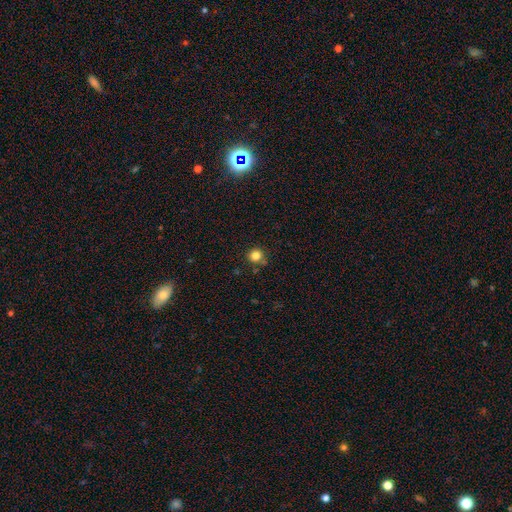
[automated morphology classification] smooth-or-featured: smooth: 82% | star or artifact: 13% | featured or disk: 5%
  how-rounded: round: 93% | in between: 7% | cigar-shaped: 1%
  merging: none: 80% | minor disturbance: 11% | merger: 7% | major disturbance: 3%